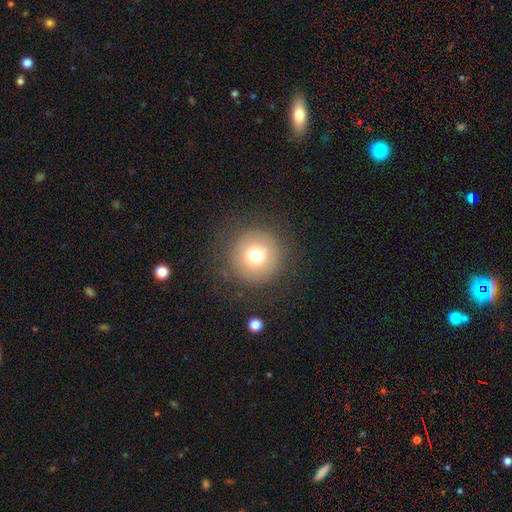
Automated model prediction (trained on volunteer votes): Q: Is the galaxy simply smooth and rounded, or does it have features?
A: smooth — 73%.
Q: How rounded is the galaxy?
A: round — 96%.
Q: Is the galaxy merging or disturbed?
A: none — 85%.